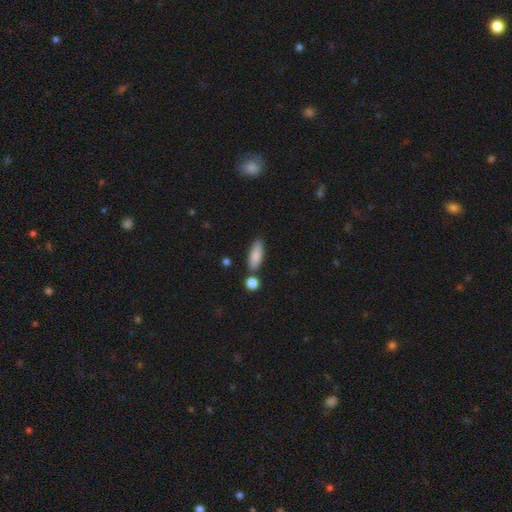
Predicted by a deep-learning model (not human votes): smooth-or-featured: smooth: 85% | featured or disk: 9% | star or artifact: 7%
  how-rounded: in between: 68% | cigar-shaped: 29% | round: 3%
  merging: none: 76% | minor disturbance: 13% | merger: 8% | major disturbance: 3%